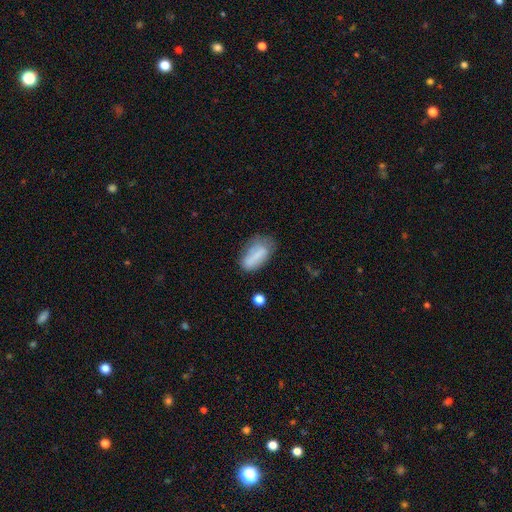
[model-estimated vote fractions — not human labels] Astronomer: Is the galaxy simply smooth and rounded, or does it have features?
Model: smooth — 73%.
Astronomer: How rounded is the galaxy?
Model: in between — 84%.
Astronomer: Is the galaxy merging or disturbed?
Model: none — 52% (runner-up: minor disturbance, 30%).